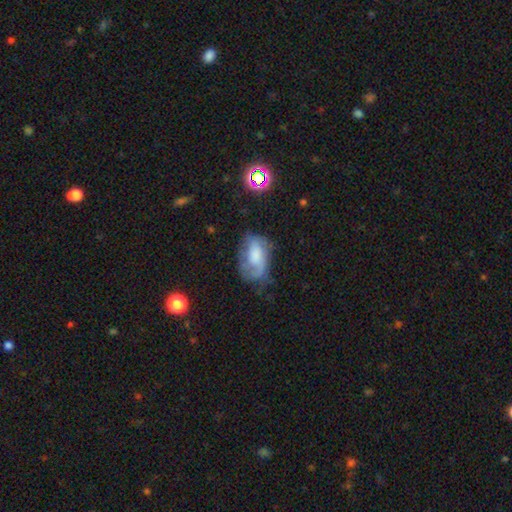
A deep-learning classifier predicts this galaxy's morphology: featured or disk 46%, smooth 44%, star or artifact 11%. Down the decision tree: merging — none (42%).